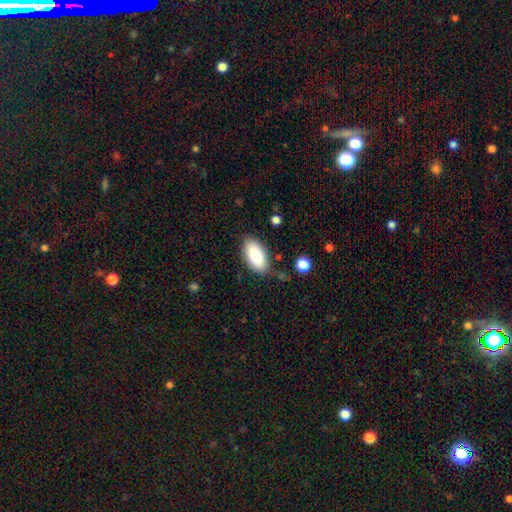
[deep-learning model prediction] Morphology: type=smooth (83%); roundness=in between (93%); merging=none (81%).